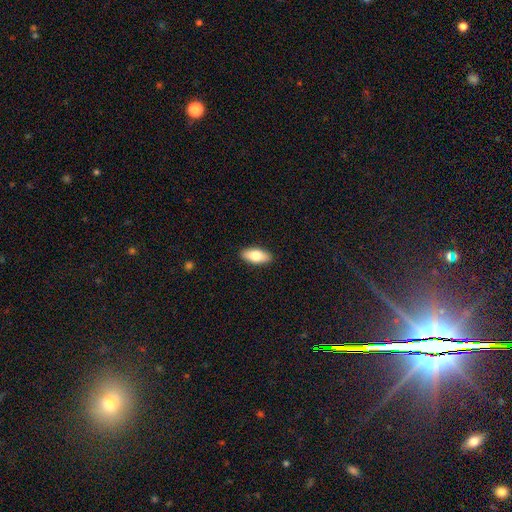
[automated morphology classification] A smooth galaxy with no disk features (77%) that is in between round and cigar-shaped (87%). Merging: none (91%).